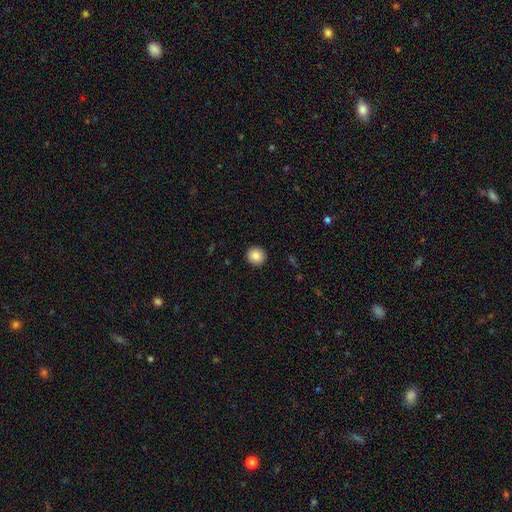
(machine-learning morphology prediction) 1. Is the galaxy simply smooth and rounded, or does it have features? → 87% smooth, 9% star or artifact, 5% featured or disk.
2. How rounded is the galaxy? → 94% round, 6% in between, 1% cigar-shaped.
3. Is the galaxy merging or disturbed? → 93% none, 4% minor disturbance, 2% major disturbance, 1% merger.